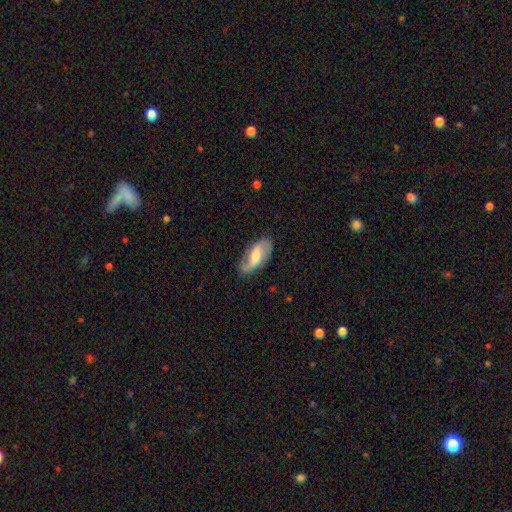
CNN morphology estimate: smooth-or-featured: featured or disk: 70% | smooth: 25% | star or artifact: 6%
  disk-edge-on: no: 94% | yes: 6%
    bar: weak: 49% | no: 31% | strong: 19%
    has-spiral-arms: yes: 93% | no: 7%
      spiral-winding: loose: 53% | medium: 35% | tight: 12%
      spiral-arm-count: 2: 88% | can't tell: 5% | 1: 4% | 3: 1% | 4: 1% | more than 4: 1%
    bulge-size: moderate: 48% | small: 31% | large: 11% | none: 9% | dominant: 2%
  merging: none: 76% | minor disturbance: 17% | major disturbance: 6% | merger: 1%